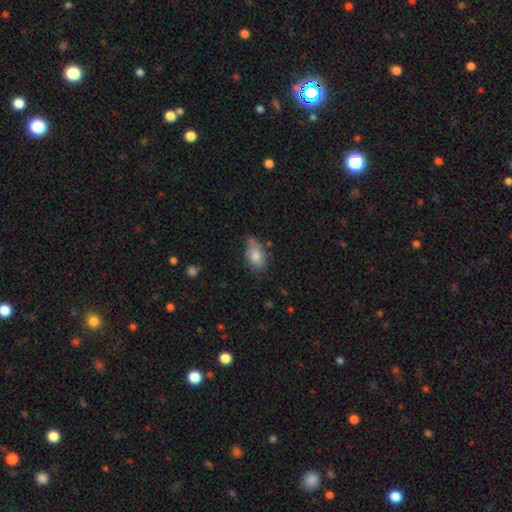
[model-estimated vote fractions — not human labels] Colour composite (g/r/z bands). It shows a smooth galaxy with no disk features (74%) that is in between round and cigar-shaped (89%). Merging: none (57%).